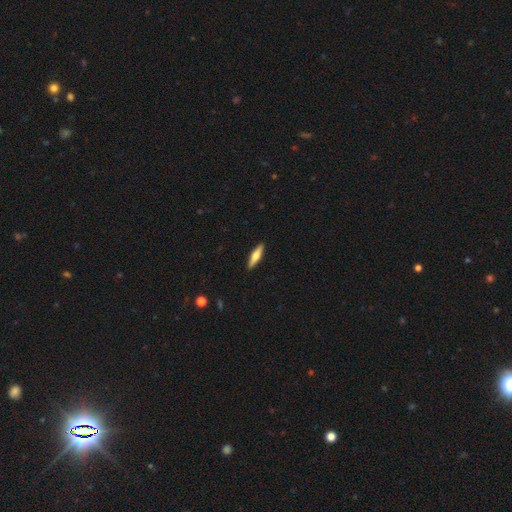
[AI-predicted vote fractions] Q: Smooth or featured?
A: smooth (57%); runner-up: featured or disk (37%)
Q: How rounded?
A: cigar-shaped (73%); runner-up: in between (25%)
Q: Merging?
A: none (91%); runner-up: minor disturbance (7%)